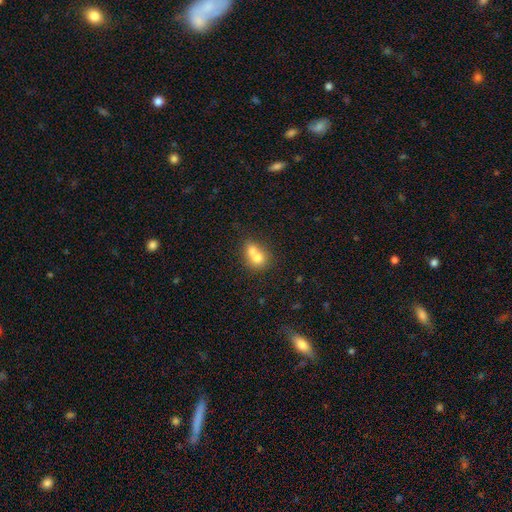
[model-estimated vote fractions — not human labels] Morphology: type=smooth (68%); roundness=round (62%); merging=merger (69%).